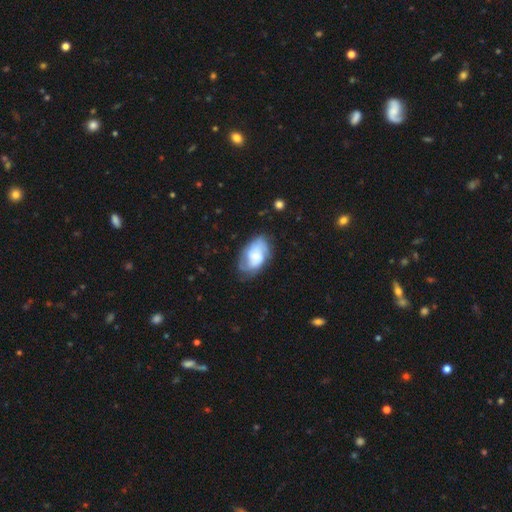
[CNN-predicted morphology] smooth-or-featured: featured or disk: 62% | smooth: 31% | star or artifact: 7%
  disk-edge-on: no: 97% | yes: 3%
    bar: no: 64% | weak: 30% | strong: 6%
    has-spiral-arms: yes: 86% | no: 14%
      spiral-winding: tight: 44% | medium: 39% | loose: 16%
      spiral-arm-count: 2: 42% | can't tell: 33% | 3: 13% | 1: 5% | 4: 4% | more than 4: 3%
    bulge-size: small: 45% | moderate: 28% | none: 14% | large: 11% | dominant: 2%
  merging: none: 62% | minor disturbance: 25% | major disturbance: 11% | merger: 2%